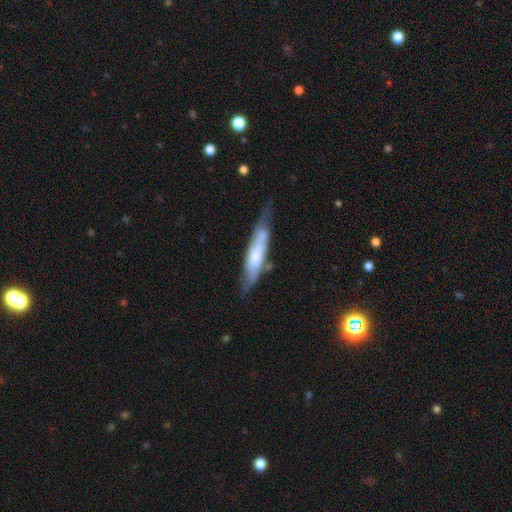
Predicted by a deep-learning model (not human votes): Smooth or featured?
  - featured or disk: 49% *
  - smooth: 45%
  - star or artifact: 6%
Merging?
  - none: 55% *
  - minor disturbance: 29%
  - major disturbance: 10%
  - merger: 6%